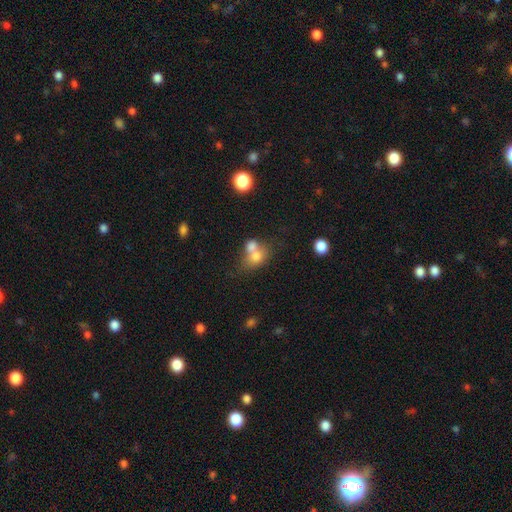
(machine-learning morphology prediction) Smooth or featured?
  - smooth: 71% *
  - featured or disk: 18%
  - star or artifact: 11%
How rounded?
  - round: 52% *
  - in between: 46%
  - cigar-shaped: 1%
Merging?
  - merger: 63% *
  - none: 24%
  - minor disturbance: 8%
  - major disturbance: 5%